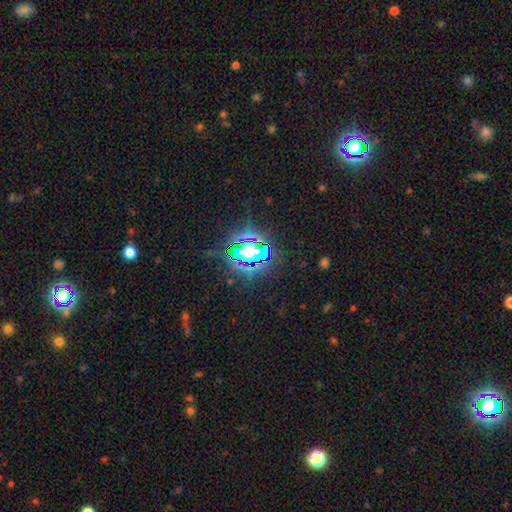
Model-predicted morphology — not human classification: The model was most divided on "smooth or featured": star or artifact: 73%, smooth: 16%, featured or disk: 11%.